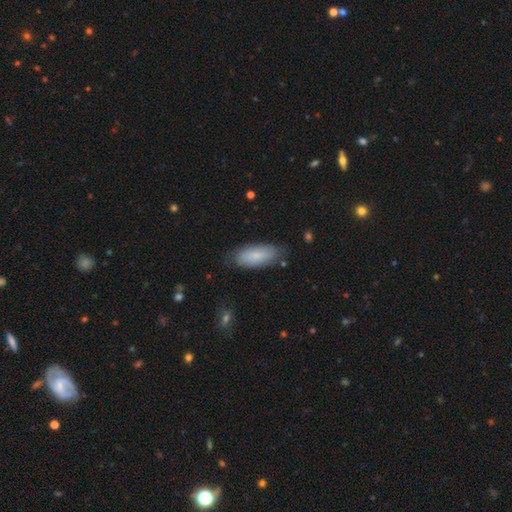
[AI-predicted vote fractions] This appears to be a smooth galaxy with no disk features (78%) that is in between round and cigar-shaped (82%). Merging: none (77%).